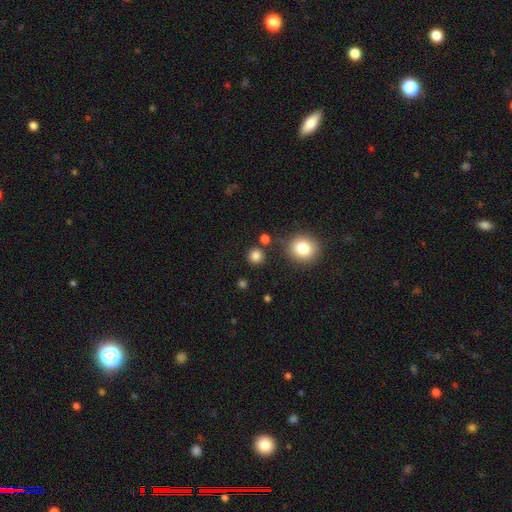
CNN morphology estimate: type=smooth (82%); roundness=round (93%); merging=none (85%).